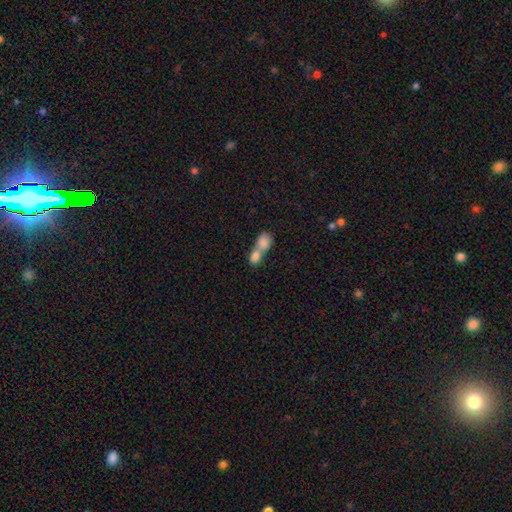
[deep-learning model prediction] Smooth or featured?
  - smooth: 80% *
  - featured or disk: 12%
  - star or artifact: 8%
How rounded?
  - in between: 63% *
  - round: 33%
  - cigar-shaped: 4%
Merging?
  - merger: 78% *
  - none: 14%
  - minor disturbance: 4%
  - major disturbance: 3%